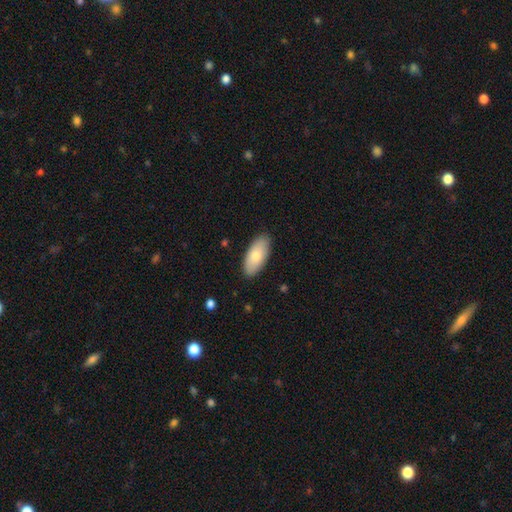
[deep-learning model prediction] Smooth or featured? Predicted: smooth (p=0.78). How rounded? Predicted: in between (p=0.90). Merging? Predicted: none (p=0.88).